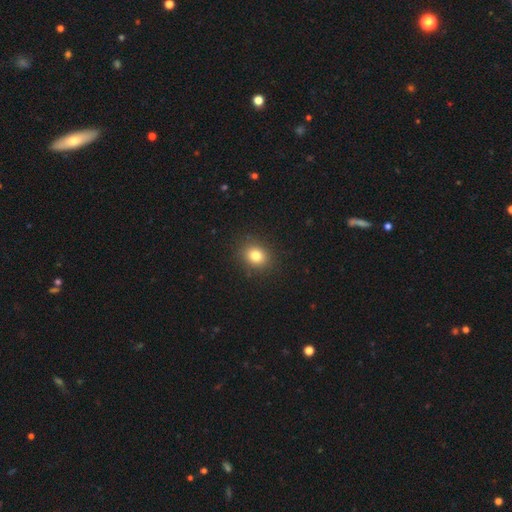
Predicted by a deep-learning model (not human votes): smooth 82%, star or artifact 12%, featured or disk 7%. Down the decision tree: how rounded — round (62%); merging — none (89%).